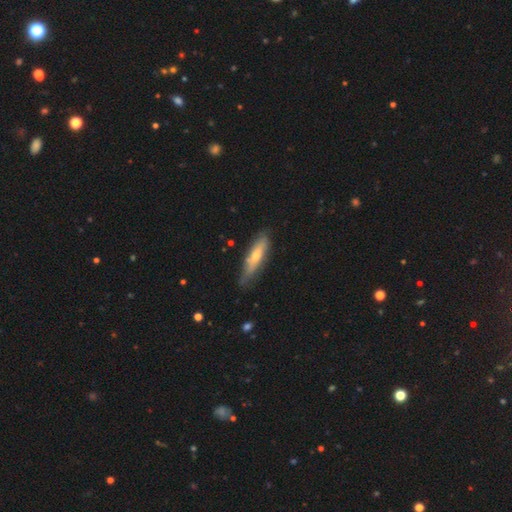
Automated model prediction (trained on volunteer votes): smooth_or_featured: smooth (p=0.51) [alt: featured or disk p=0.42]
how_rounded: cigar-shaped (p=0.75) [alt: in between p=0.23]
merging: none (p=0.73) [alt: minor disturbance p=0.22]